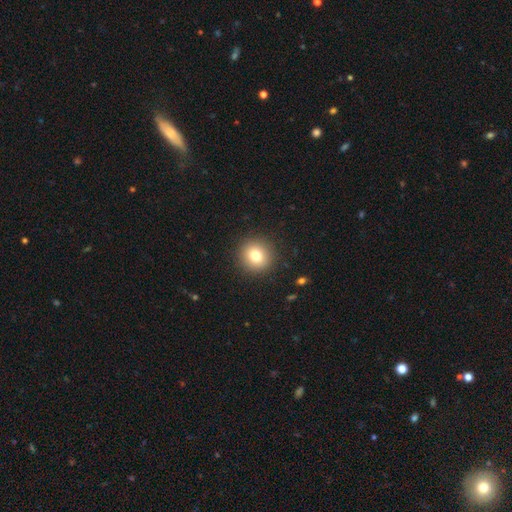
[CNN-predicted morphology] Smooth or featured? Predicted: smooth (p=0.78). How rounded? Predicted: round (p=0.92). Merging? Predicted: none (p=0.91).